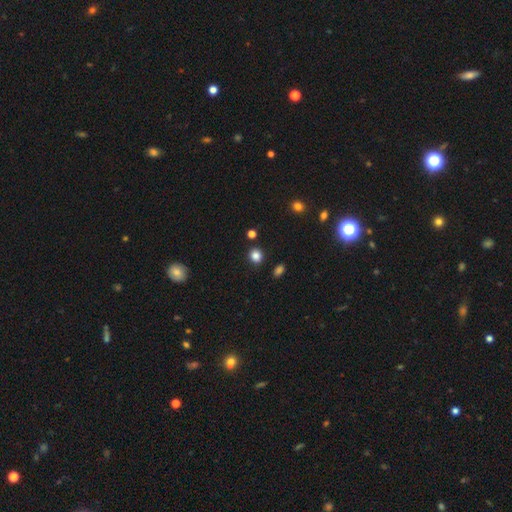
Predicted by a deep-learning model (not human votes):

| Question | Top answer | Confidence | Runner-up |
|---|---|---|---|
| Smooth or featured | smooth | 84% | star or artifact (12%) |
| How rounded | round | 80% | in between (19%) |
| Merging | none | 87% | minor disturbance (8%) |